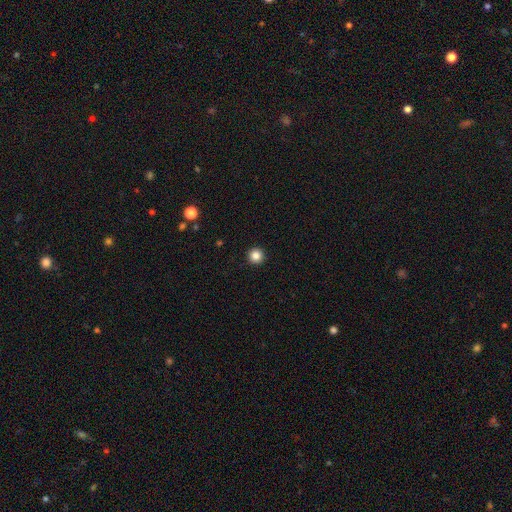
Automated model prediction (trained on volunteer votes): Smooth or featured?
  - smooth: 85% *
  - star or artifact: 11%
  - featured or disk: 4%
How rounded?
  - round: 96% *
  - in between: 3%
  - cigar-shaped: 1%
Merging?
  - none: 94% *
  - minor disturbance: 4%
  - major disturbance: 1%
  - merger: 1%